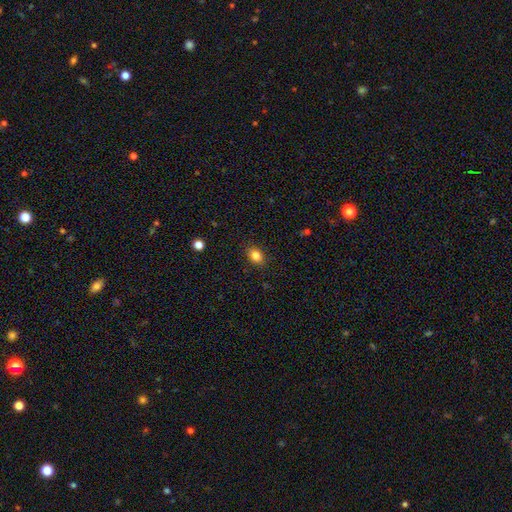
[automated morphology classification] This is clearly a smooth galaxy (84%). How rounded: likely in between (64%). Merging: clearly none (87%).